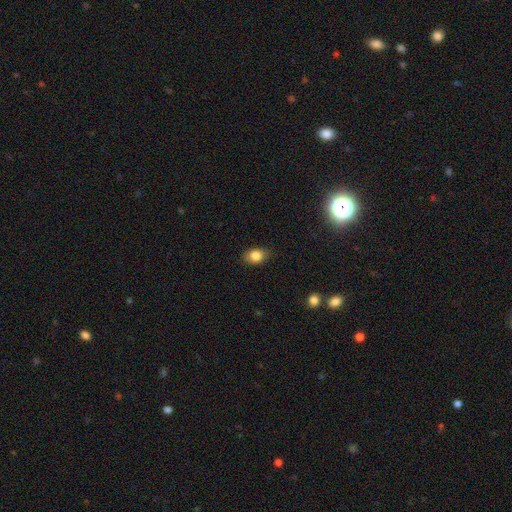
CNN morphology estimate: Smooth or featured? smooth (84%)
How rounded? in between (75%)
Merging? none (85%)